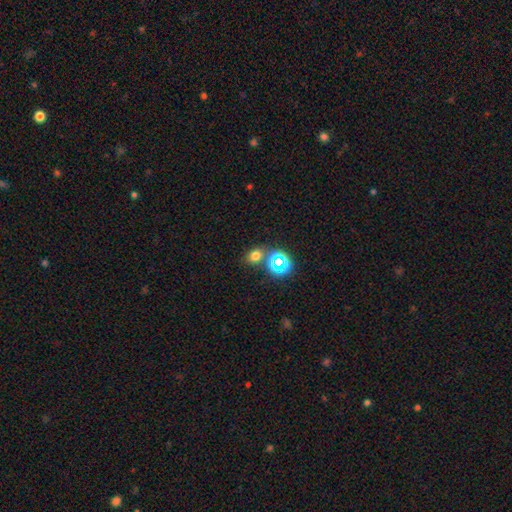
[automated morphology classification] smooth_or_featured: smooth (p=0.68) [alt: star or artifact p=0.25]
how_rounded: round (p=0.52) [alt: in between p=0.47]
merging: none (p=0.73) [alt: merger p=0.14]